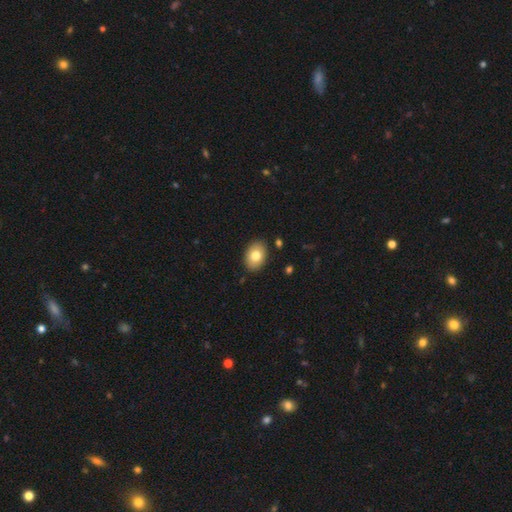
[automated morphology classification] smooth_or_featured: smooth (p=0.78) [alt: featured or disk p=0.15]
how_rounded: in between (p=0.78) [alt: round p=0.21]
merging: none (p=0.88) [alt: minor disturbance p=0.09]